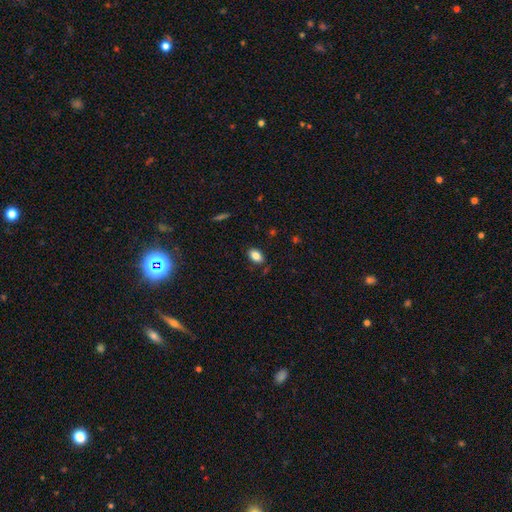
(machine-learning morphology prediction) Q: Smooth or featured?
A: smooth (84%); runner-up: star or artifact (9%)
Q: How rounded?
A: in between (88%); runner-up: round (10%)
Q: Merging?
A: none (83%); runner-up: minor disturbance (12%)